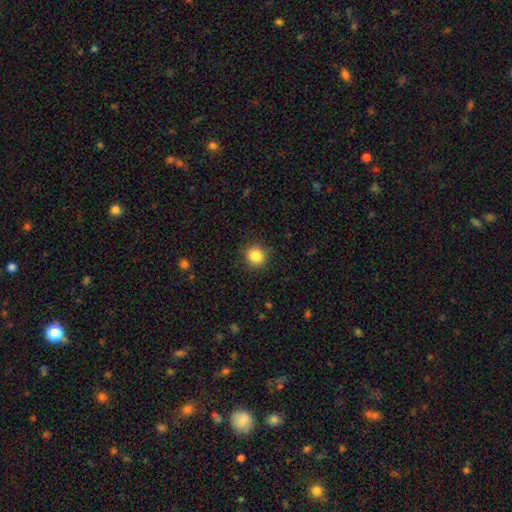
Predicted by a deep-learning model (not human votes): Smooth or featured? smooth (86%)
How rounded? round (89%)
Merging? none (90%)